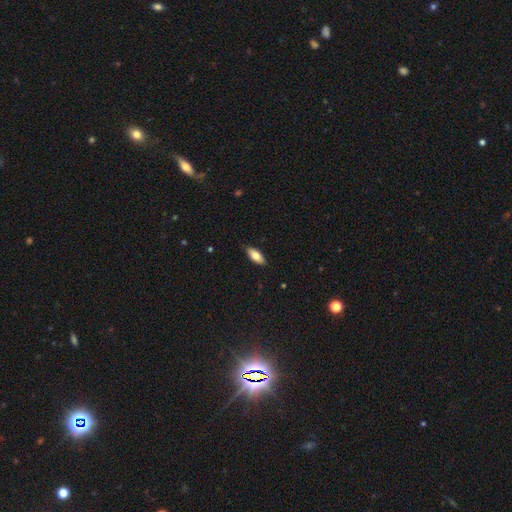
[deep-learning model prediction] This is likely a smooth galaxy (76%). How rounded: clearly in between (80%). Merging: clearly none (87%).